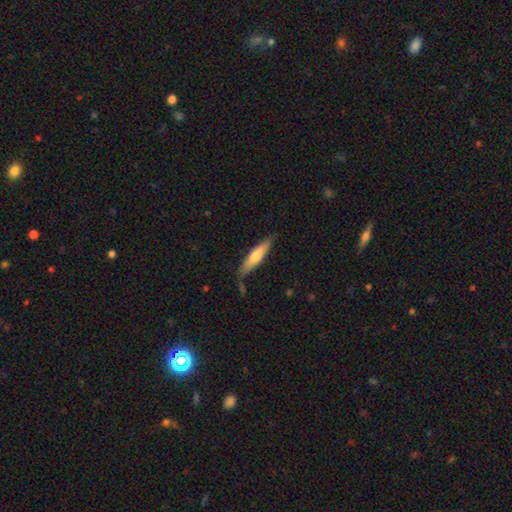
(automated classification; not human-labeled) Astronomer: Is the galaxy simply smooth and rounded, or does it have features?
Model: smooth — 63%.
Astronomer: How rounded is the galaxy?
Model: cigar-shaped — 76%.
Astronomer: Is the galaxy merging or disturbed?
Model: none — 72%.